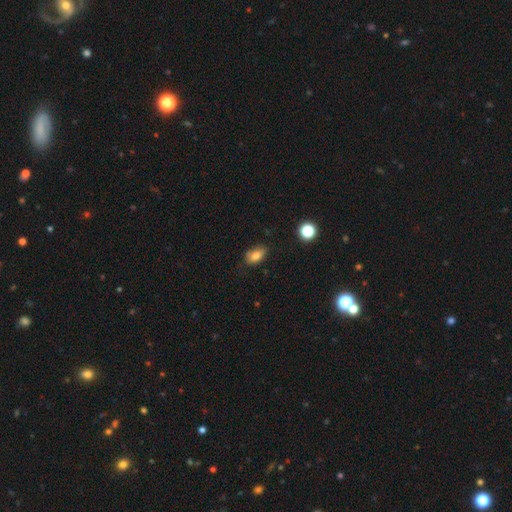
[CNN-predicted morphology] type=smooth (80%); roundness=in between (86%); merging=none (69%).